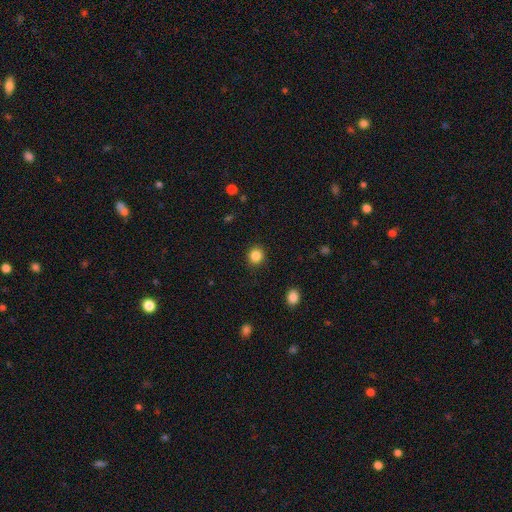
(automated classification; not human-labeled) A smooth galaxy with no disk features (85%) that is round (88%). Merging: none (91%).